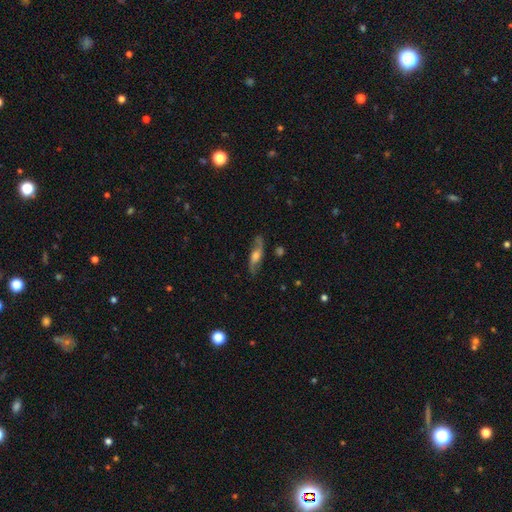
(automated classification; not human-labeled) This is likely a featured or disk galaxy (74%). It is likely not viewed edge-on (70%). Bar: possibly no (54%). Spiral arm pattern: clearly yes (91%). Central bulge: possibly moderate (45%). Merging: likely none (79%).